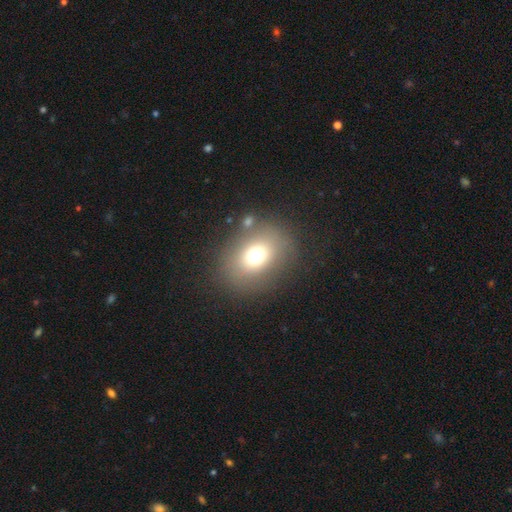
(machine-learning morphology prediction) This is likely a smooth galaxy (68%). How rounded: possibly round (51%). Merging: likely none (77%).